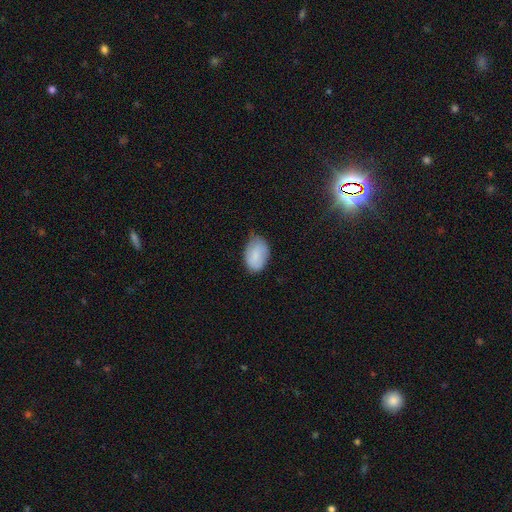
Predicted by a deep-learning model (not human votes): smooth-or-featured: smooth: 83% | featured or disk: 10% | star or artifact: 7%
  how-rounded: in between: 87% | round: 11% | cigar-shaped: 1%
  merging: none: 46% | minor disturbance: 44% | major disturbance: 8% | merger: 2%